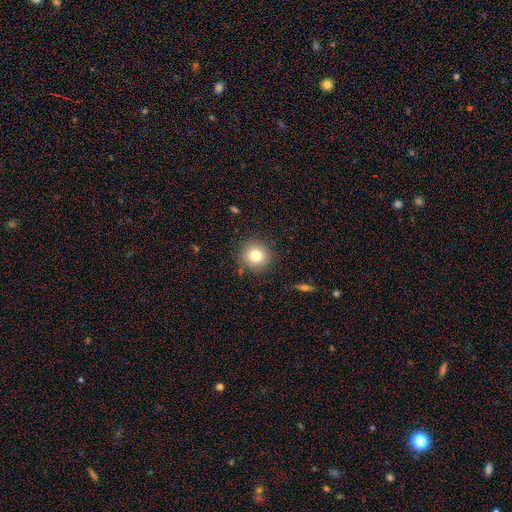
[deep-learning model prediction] The model was most divided on "smooth or featured": smooth: 78%, star or artifact: 12%, featured or disk: 10%. More confident: how rounded — round (93%); merging — none (87%).